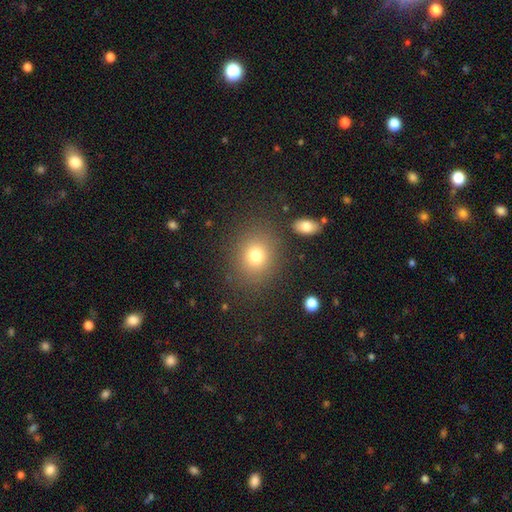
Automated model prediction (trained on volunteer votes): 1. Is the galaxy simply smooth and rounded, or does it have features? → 76% smooth, 14% star or artifact, 9% featured or disk.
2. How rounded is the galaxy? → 72% round, 27% in between, 1% cigar-shaped.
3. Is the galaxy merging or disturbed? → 82% none, 9% minor disturbance, 5% major disturbance, 4% merger.